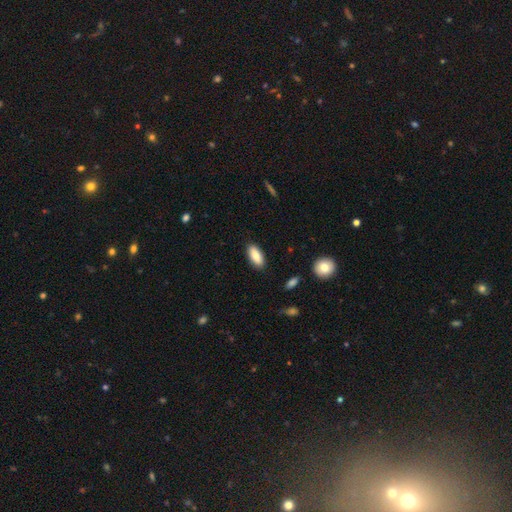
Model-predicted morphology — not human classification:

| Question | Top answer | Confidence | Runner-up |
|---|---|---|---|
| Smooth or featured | smooth | 85% | featured or disk (8%) |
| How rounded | in between | 84% | cigar-shaped (14%) |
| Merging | none | 88% | minor disturbance (9%) |